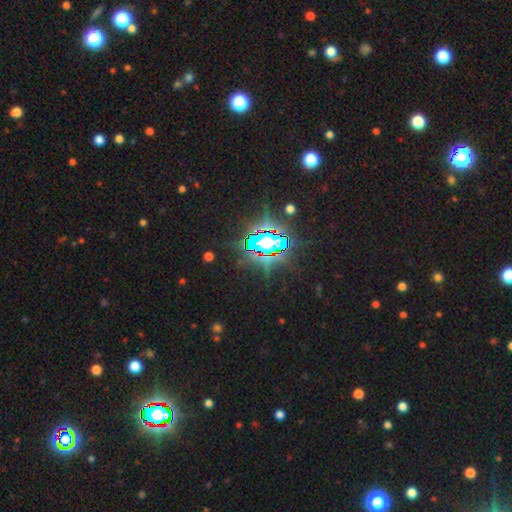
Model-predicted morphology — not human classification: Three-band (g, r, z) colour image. It shows a star or artifact, not a galaxy (84%).